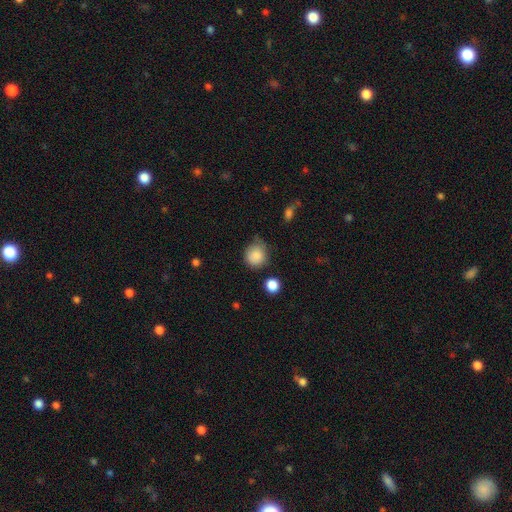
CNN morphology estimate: Smooth or featured: smooth — 86% (star or artifact — 9%)
How rounded: round — 86% (in between — 13%)
Merging: none — 63% (minor disturbance — 27%)